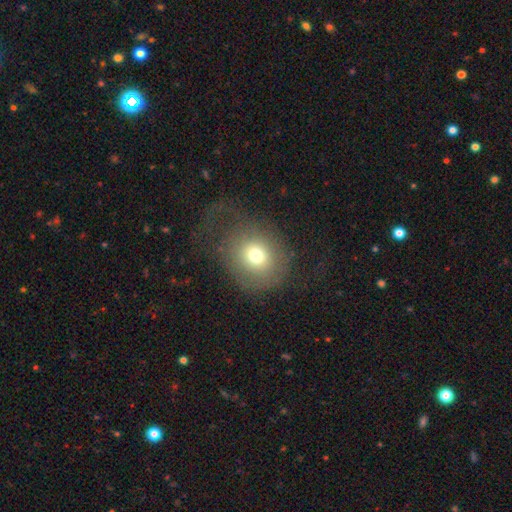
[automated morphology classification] The model was most divided on "merging": none: 50%, major disturbance: 32%, minor disturbance: 16%, merger: 2%. More confident: how rounded — round (80%); smooth or featured — smooth (68%).